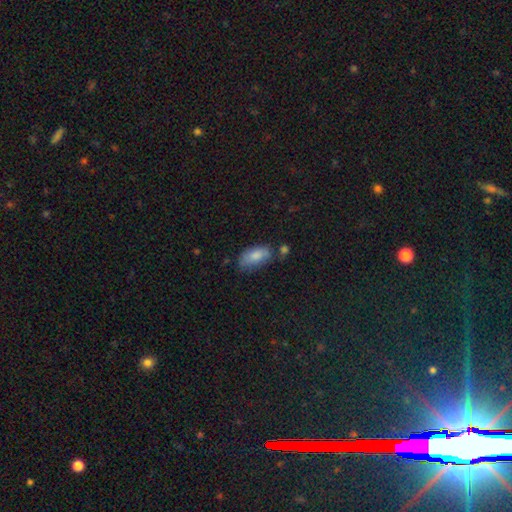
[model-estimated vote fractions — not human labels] A smooth galaxy with no disk features (82%) that is in between round and cigar-shaped (91%).

Vote fractions:
- Smooth or featured? smooth: 82% / featured or disk: 11% / star or artifact: 7%
- How rounded? in between: 91% / cigar-shaped: 6% / round: 3%
- Merging? none: 55% / minor disturbance: 29% / major disturbance: 8% / merger: 7%